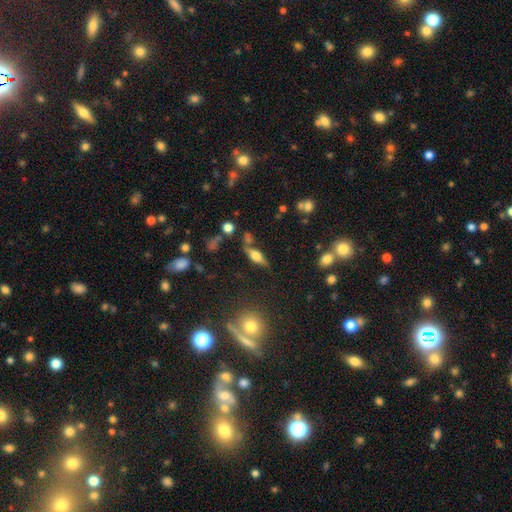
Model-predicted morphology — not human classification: Q: Smooth or featured?
A: featured or disk (49%); runner-up: smooth (41%)
Q: Merging?
A: none (70%); runner-up: minor disturbance (16%)